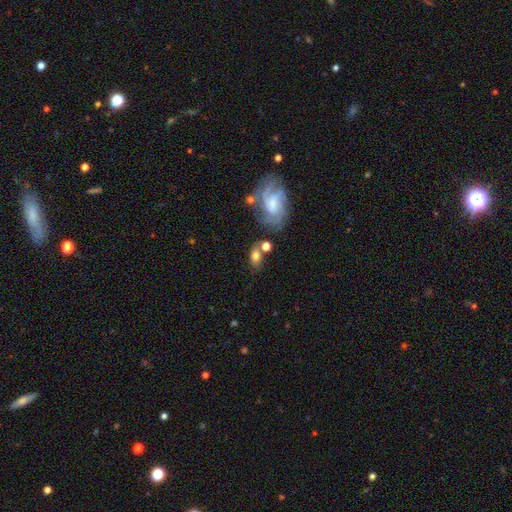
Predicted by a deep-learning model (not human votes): Morphology: type=smooth (63%); roundness=in between (79%); merging=none (58%).